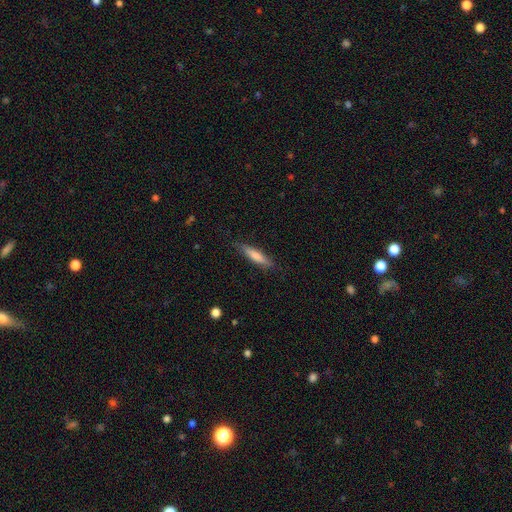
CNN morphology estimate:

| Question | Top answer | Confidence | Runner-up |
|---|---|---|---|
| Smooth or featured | smooth | 64% | featured or disk (28%) |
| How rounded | cigar-shaped | 84% | in between (14%) |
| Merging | none | 85% | minor disturbance (11%) |